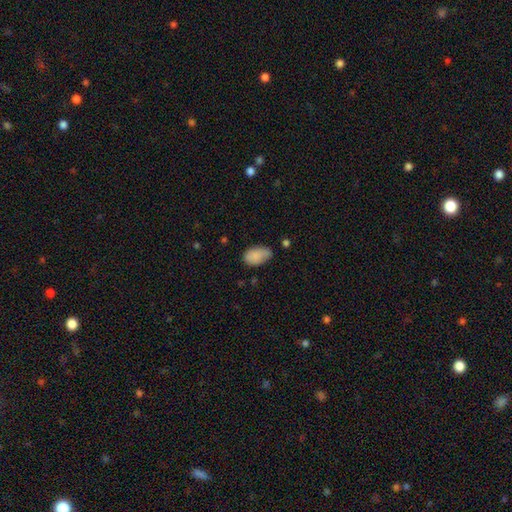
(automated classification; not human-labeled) Morphology: type=smooth (86%); roundness=in between (92%); merging=none (56%).